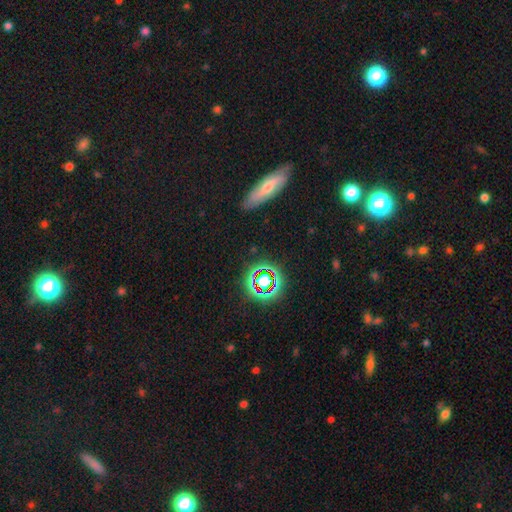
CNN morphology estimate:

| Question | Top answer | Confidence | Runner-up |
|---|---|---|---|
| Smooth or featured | star or artifact | 56% | smooth (29%) |